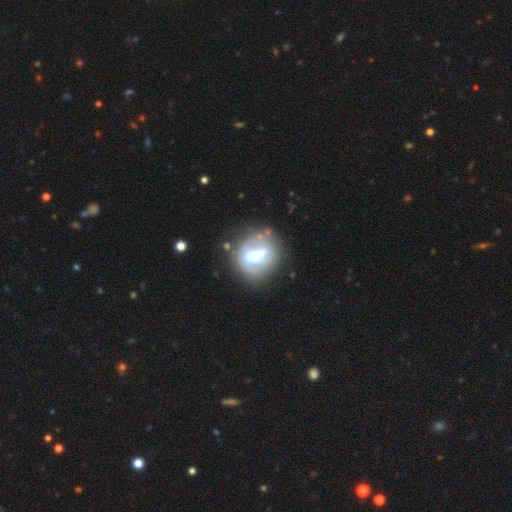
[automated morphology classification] featured or disk 56%, smooth 36%, star or artifact 8%. Down the decision tree: edge-on disk — no (91%); bar — strong (48%); spiral arms — no (71%); bulge size — moderate (53%); merging — none (65%).